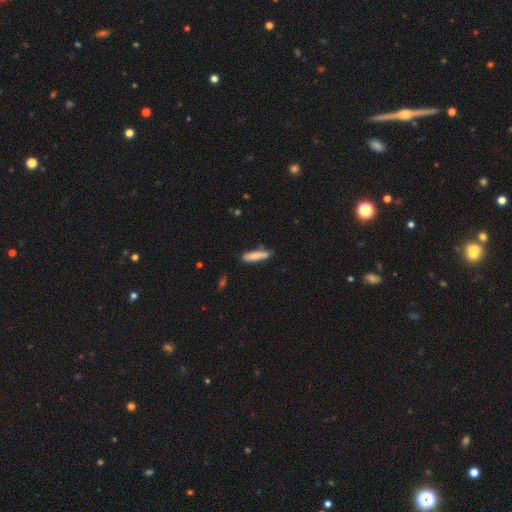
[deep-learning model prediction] Morphology: type=smooth (78%); roundness=cigar-shaped (79%); merging=none (79%).